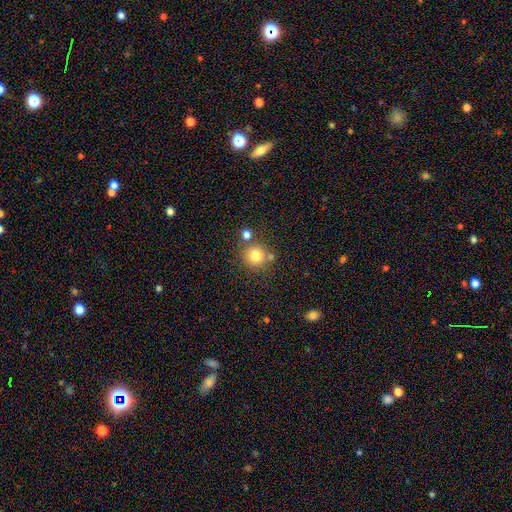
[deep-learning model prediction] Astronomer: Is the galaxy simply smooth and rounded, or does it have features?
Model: smooth — 79%.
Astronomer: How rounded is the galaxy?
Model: round — 91%.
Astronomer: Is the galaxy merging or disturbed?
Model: none — 73%.